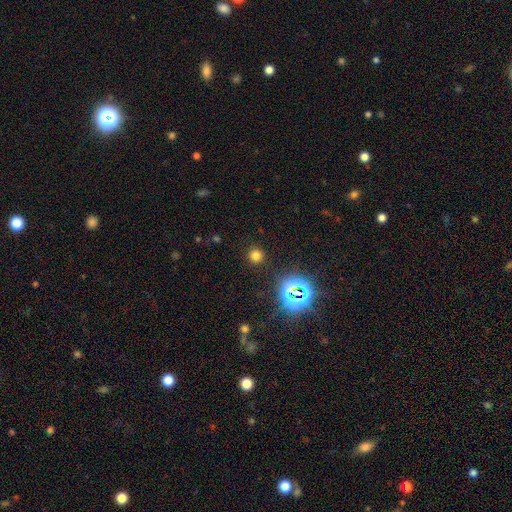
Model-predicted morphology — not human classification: Smooth or featured? smooth (70%)
How rounded? round (93%)
Merging? none (90%)